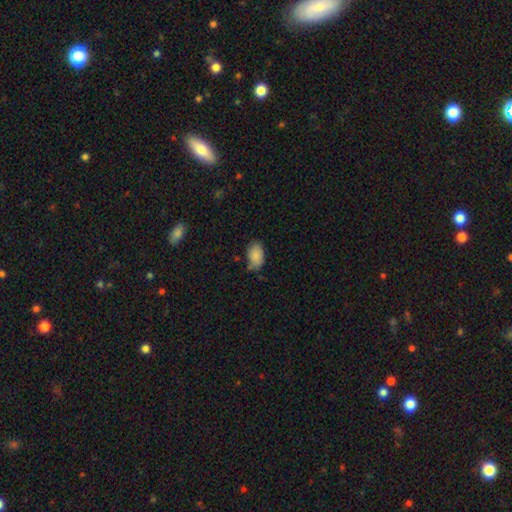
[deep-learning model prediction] Morphology: type=smooth (87%); roundness=in between (91%); merging=none (72%).